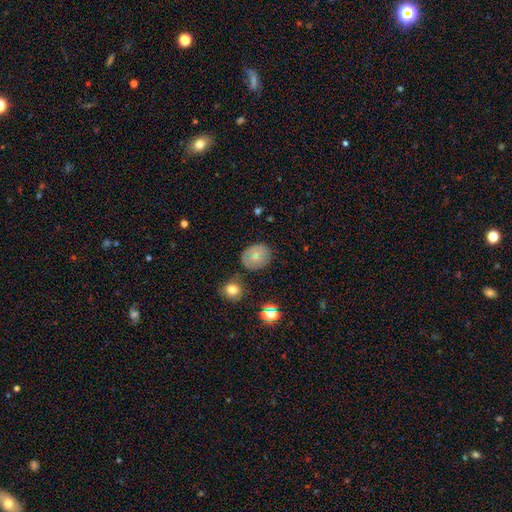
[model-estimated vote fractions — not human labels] Smooth or featured: smooth — 71% (featured or disk — 18%)
How rounded: round — 58% (in between — 41%)
Merging: none — 73% (minor disturbance — 17%)